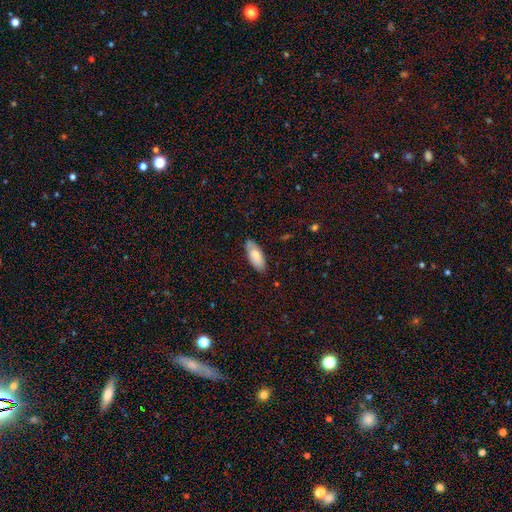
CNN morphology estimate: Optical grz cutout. It shows a smooth galaxy with no disk features (77%) that is in between round and cigar-shaped (86%). Merging: none (77%).